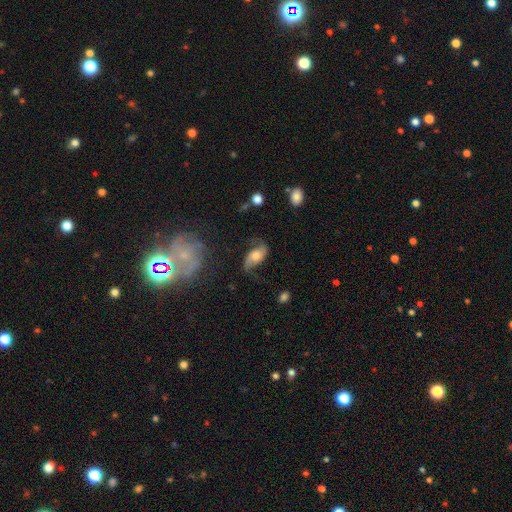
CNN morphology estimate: Overall: featured or disk (67%). Edge-on disk: no (94%). Bar: no (63%; weak 28%). Spiral arms: yes (91%). Spiral arm count: 2 (89%). Spiral winding: loose (69%). Bulge size: moderate (52%; small 22%). Merging: none (60%; minor disturbance 23%).